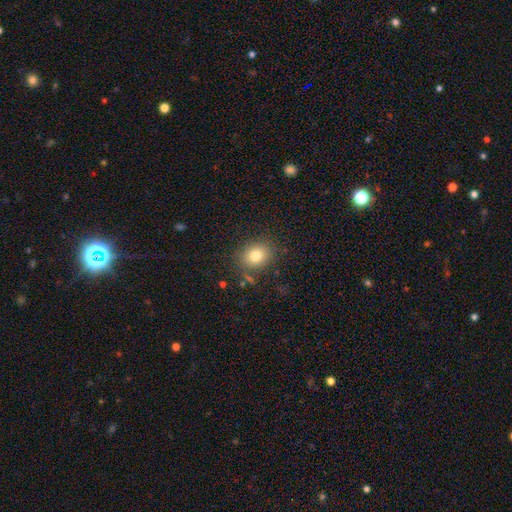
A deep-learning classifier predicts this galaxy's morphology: Overall: smooth (80%). How rounded: round (55%; in between 44%). Merging: none (82%).